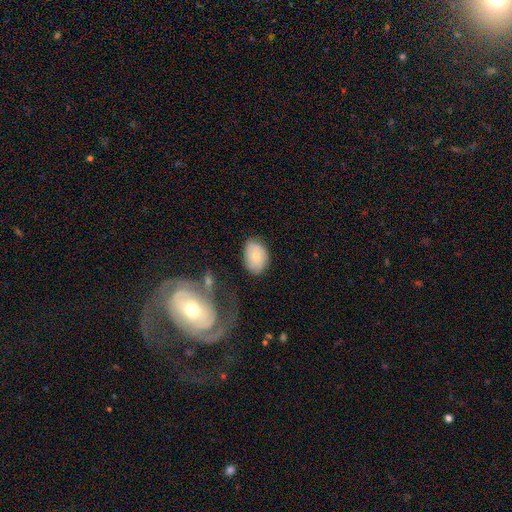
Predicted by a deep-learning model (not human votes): Smooth or featured: smooth — 68% (featured or disk — 25%)
How rounded: in between — 79% (round — 20%)
Merging: none — 70% (minor disturbance — 21%)